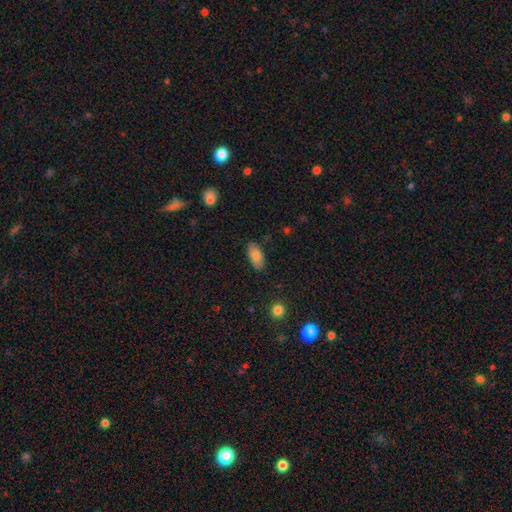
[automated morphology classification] This appears to be a smooth galaxy with no disk features (83%) that is in between round and cigar-shaped (91%). Merging: none (85%).